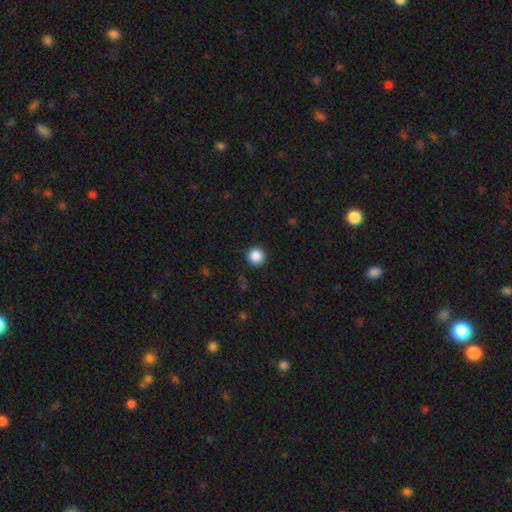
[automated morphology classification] This is clearly a smooth galaxy (87%). How rounded: clearly round (96%). Merging: clearly none (92%).